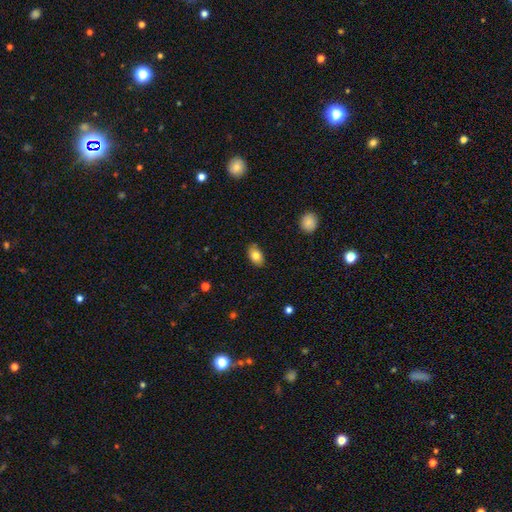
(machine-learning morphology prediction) type=smooth (79%); roundness=in between (91%); merging=none (84%).